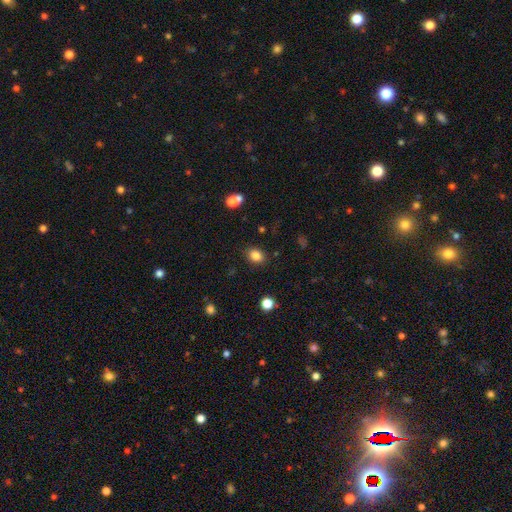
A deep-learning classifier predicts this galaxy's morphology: Smooth or featured? smooth (84%)
How rounded? in between (55%)
Merging? none (86%)